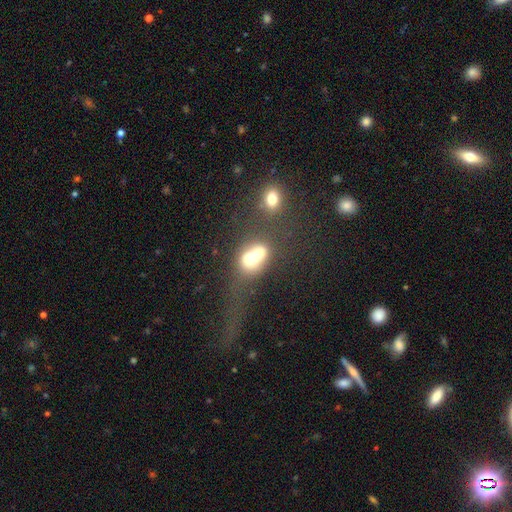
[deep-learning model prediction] A smooth galaxy with no disk features (55%) that is in between round and cigar-shaped (71%). Merging: merger (44%).